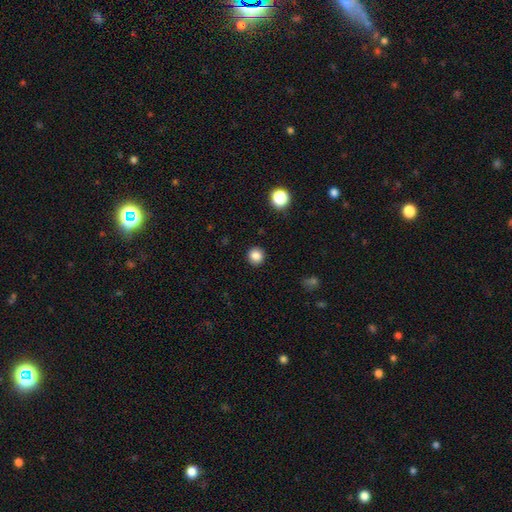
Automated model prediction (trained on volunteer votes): Smooth or featured?
  - smooth: 86% *
  - star or artifact: 11%
  - featured or disk: 3%
How rounded?
  - round: 93% *
  - in between: 6%
  - cigar-shaped: 1%
Merging?
  - none: 92% *
  - minor disturbance: 5%
  - major disturbance: 2%
  - merger: 1%